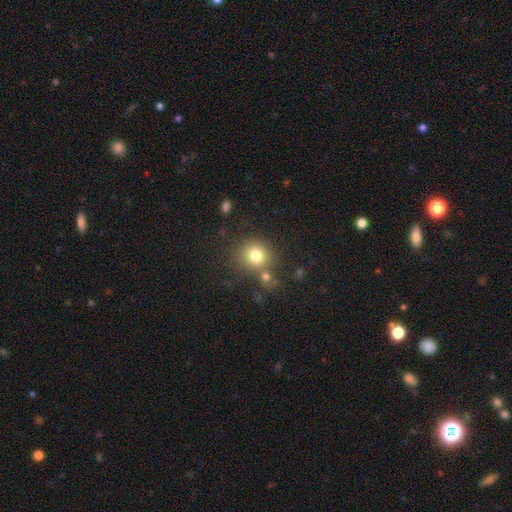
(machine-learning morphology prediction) This appears to be a smooth galaxy with no disk features (79%) that is round (84%). Merging: none (64%).